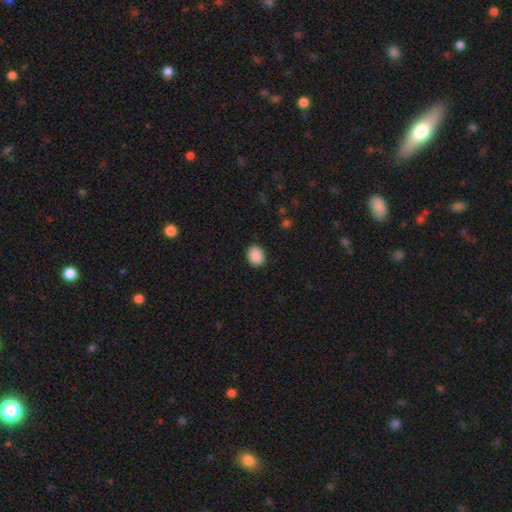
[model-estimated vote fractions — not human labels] smooth-or-featured: smooth: 90% | star or artifact: 8% | featured or disk: 2%
  how-rounded: round: 53% | in between: 46% | cigar-shaped: 1%
  merging: none: 89% | minor disturbance: 8% | major disturbance: 2% | merger: 1%